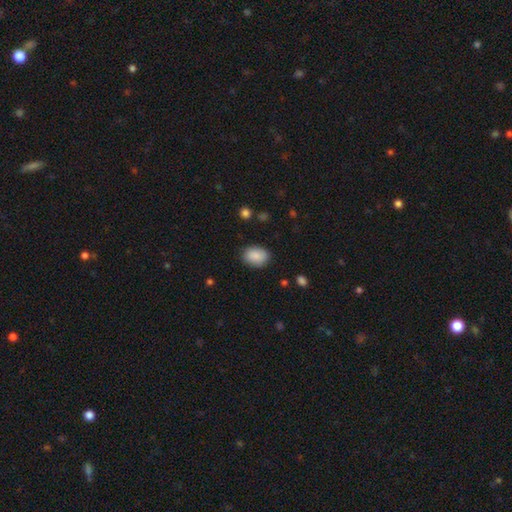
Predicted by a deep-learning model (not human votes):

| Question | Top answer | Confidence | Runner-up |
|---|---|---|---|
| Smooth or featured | smooth | 88% | star or artifact (7%) |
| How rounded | in between | 73% | round (26%) |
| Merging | none | 84% | minor disturbance (11%) |